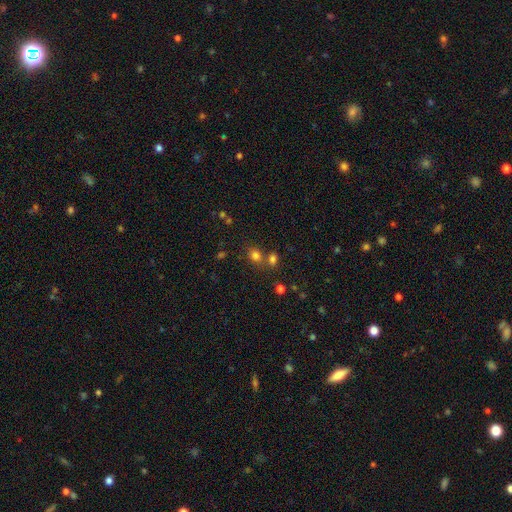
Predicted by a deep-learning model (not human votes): Morphology: type=smooth (76%); roundness=round (57%); merging=none (58%).